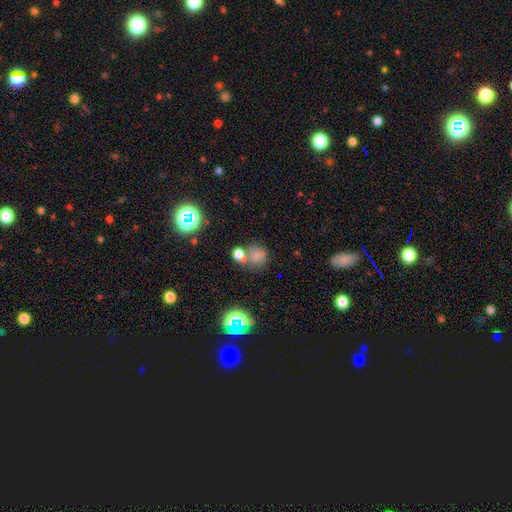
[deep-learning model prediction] Q: Smooth or featured?
A: smooth (70%); runner-up: star or artifact (20%)
Q: How rounded?
A: round (75%); runner-up: in between (23%)
Q: Merging?
A: none (43%); runner-up: merger (38%)